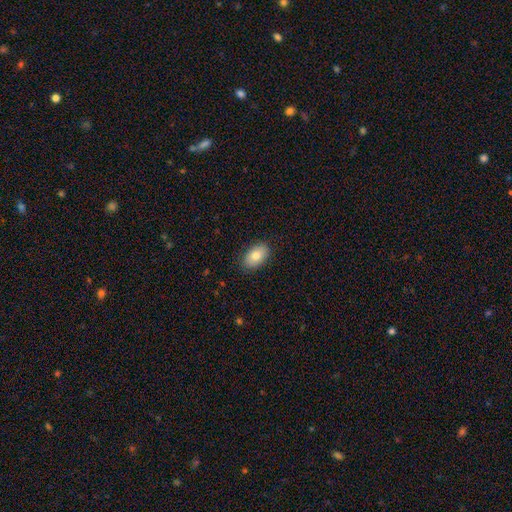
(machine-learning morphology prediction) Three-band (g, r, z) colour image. It shows a smooth galaxy with no disk features (81%) that is in between round and cigar-shaped (90%). Merging: none (87%).